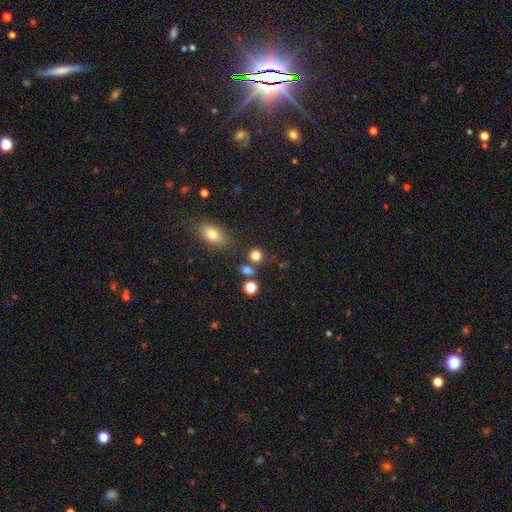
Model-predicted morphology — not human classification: smooth_or_featured: smooth (p=0.81) [alt: star or artifact p=0.13]
how_rounded: round (p=0.80) [alt: in between p=0.19]
merging: none (p=0.72) [alt: merger p=0.13]